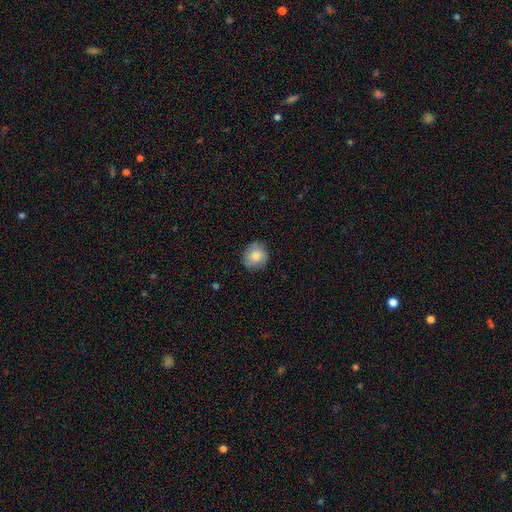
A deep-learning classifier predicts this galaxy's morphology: The model was most divided on "smooth or featured": smooth: 77%, featured or disk: 16%, star or artifact: 8%. More confident: how rounded — round (90%); merging — none (83%).